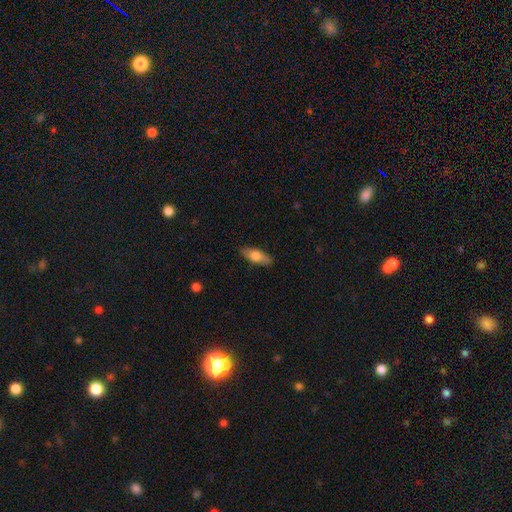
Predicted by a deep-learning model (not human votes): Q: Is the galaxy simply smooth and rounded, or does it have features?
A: smooth — 68%.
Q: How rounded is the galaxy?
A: in between — 70%.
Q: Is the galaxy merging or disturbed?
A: none — 86%.